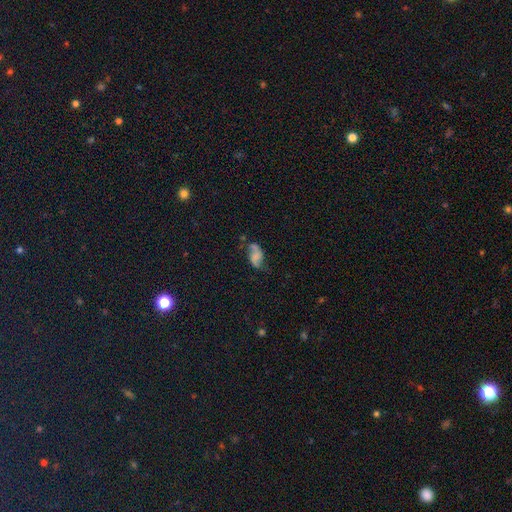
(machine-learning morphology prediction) featured or disk 48%, smooth 39%, star or artifact 13%. Down the decision tree: merging — none (42%).